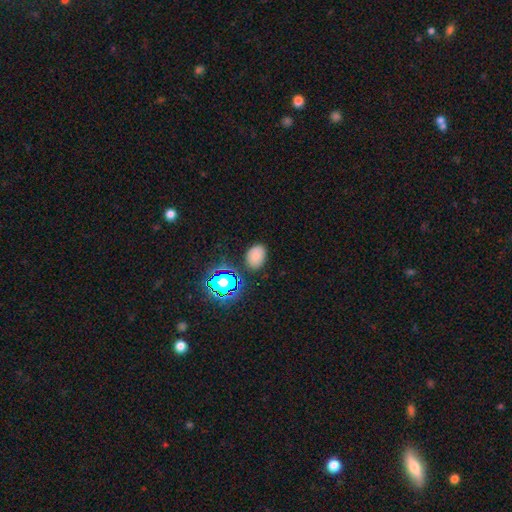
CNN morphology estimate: smooth-or-featured: smooth: 74% | star or artifact: 19% | featured or disk: 7%
  how-rounded: in between: 78% | round: 21% | cigar-shaped: 1%
  merging: none: 82% | minor disturbance: 12% | major disturbance: 3% | merger: 3%